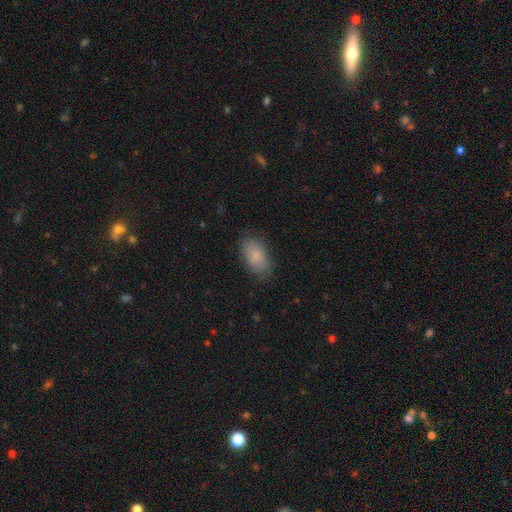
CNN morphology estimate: A smooth galaxy with no disk features (84%) that is in between round and cigar-shaped (93%).

Vote fractions:
- Smooth or featured? smooth: 84% / featured or disk: 9% / star or artifact: 7%
- How rounded? in between: 93% / round: 4% / cigar-shaped: 3%
- Merging? none: 81% / minor disturbance: 15% / major disturbance: 4% / merger: 1%